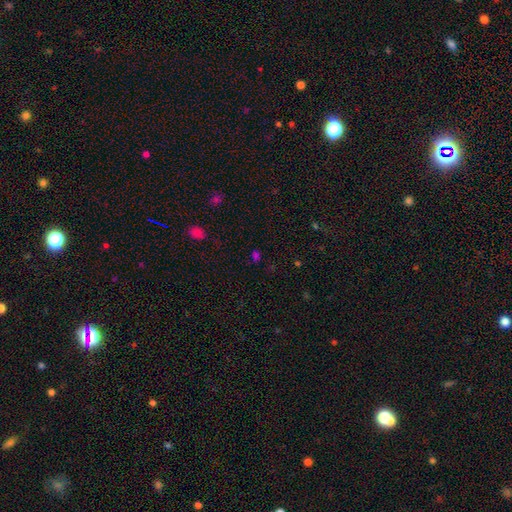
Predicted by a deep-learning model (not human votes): Smooth or featured? Predicted: smooth (p=0.49). Merging? Predicted: none (p=0.75).